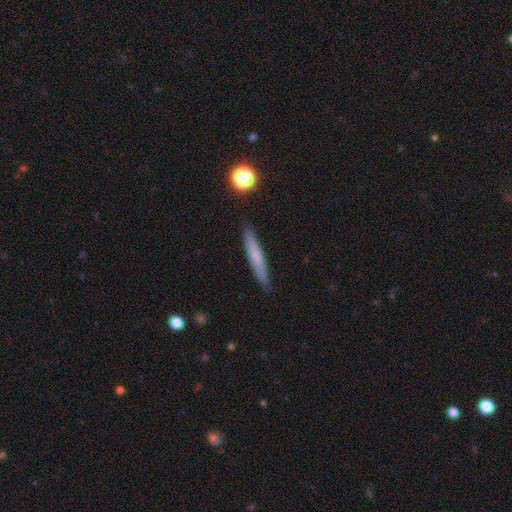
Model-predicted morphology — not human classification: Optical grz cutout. It shows a smooth galaxy with no disk features (64%) that is cigar-shaped (93%). Merging: none (89%).